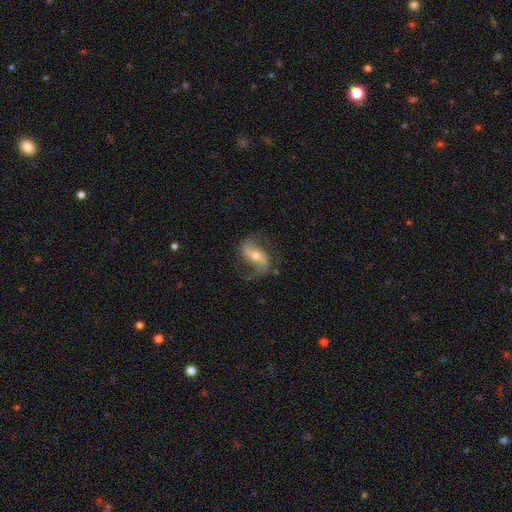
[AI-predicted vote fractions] Smooth or featured? Predicted: featured or disk (p=0.77). Edge-on disk? Predicted: no (p=0.92). Bar? Predicted: strong (p=0.42). Spiral arms? Predicted: yes (p=0.91). Spiral winding? Predicted: loose (p=0.65). Spiral arm count? Predicted: 2 (p=0.90). Bulge size? Predicted: moderate (p=0.58). Merging? Predicted: none (p=0.70).